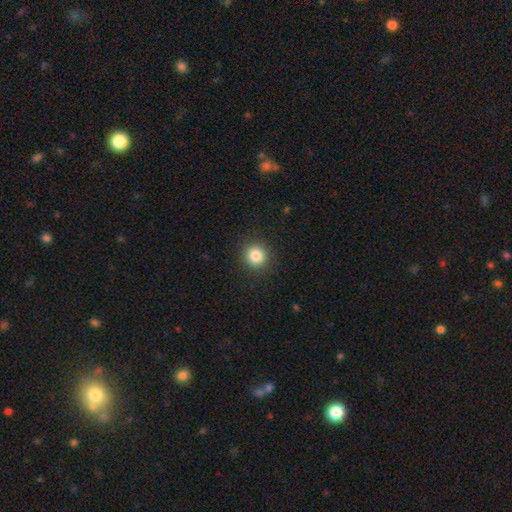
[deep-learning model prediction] Q: Smooth or featured?
A: smooth (84%); runner-up: star or artifact (11%)
Q: How rounded?
A: round (92%); runner-up: in between (7%)
Q: Merging?
A: none (91%); runner-up: minor disturbance (6%)